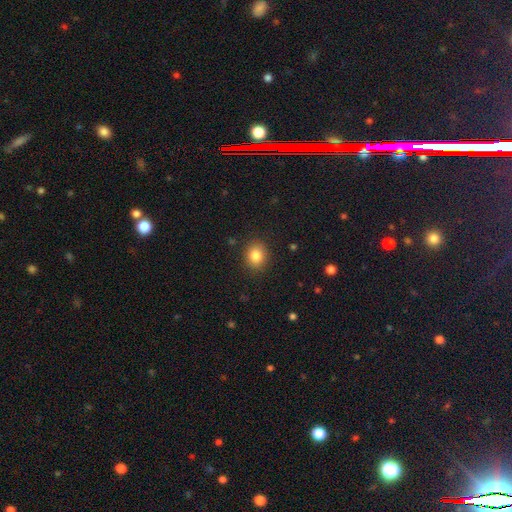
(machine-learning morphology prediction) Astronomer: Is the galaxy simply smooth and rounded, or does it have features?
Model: smooth — 84%.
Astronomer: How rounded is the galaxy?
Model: round — 68%.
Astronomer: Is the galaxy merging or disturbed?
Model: none — 89%.